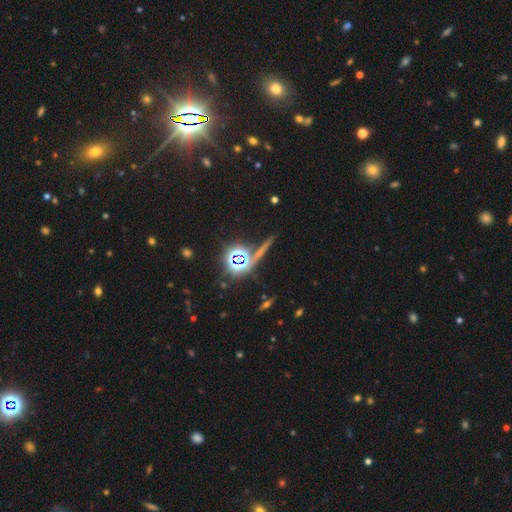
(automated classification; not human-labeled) smooth-or-featured: star or artifact: 73% | smooth: 14% | featured or disk: 13%